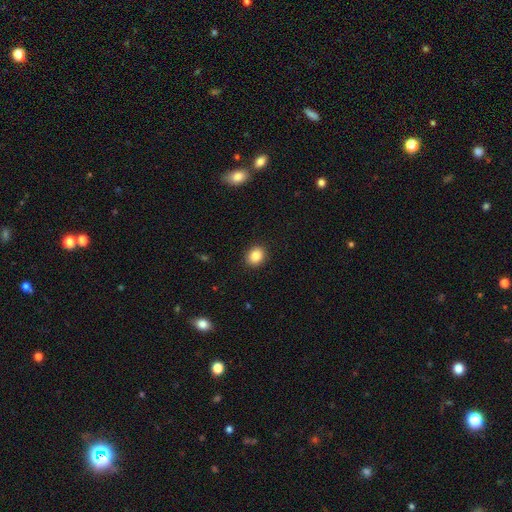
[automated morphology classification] The model was most divided on "how rounded": round: 63%, in between: 36%, cigar-shaped: 1%. More confident: merging — none (91%); smooth or featured — smooth (86%).